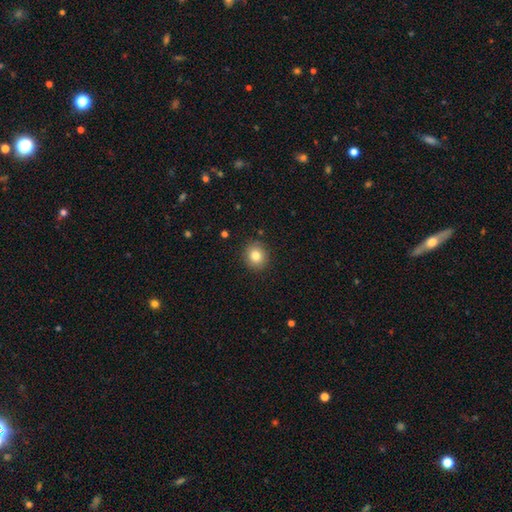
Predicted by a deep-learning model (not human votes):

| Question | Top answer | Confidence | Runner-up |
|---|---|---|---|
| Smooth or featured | smooth | 82% | star or artifact (10%) |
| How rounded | round | 81% | in between (18%) |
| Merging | none | 90% | minor disturbance (7%) |